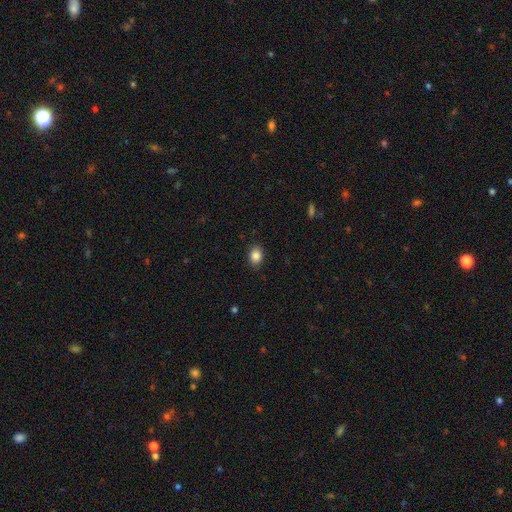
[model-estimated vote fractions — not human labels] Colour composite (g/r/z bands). It shows a smooth galaxy with no disk features (86%) that is in between round and cigar-shaped (62%). Merging: none (87%).